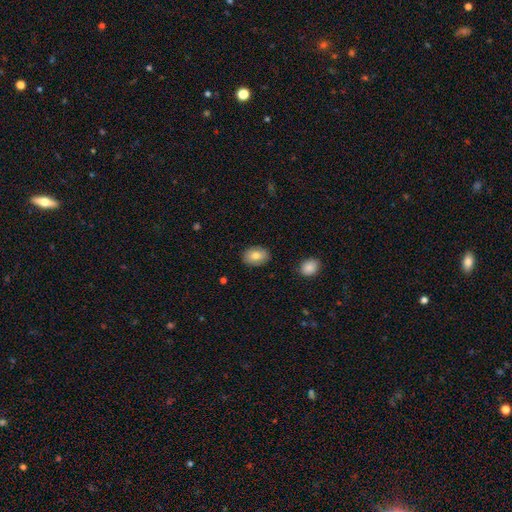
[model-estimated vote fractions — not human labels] smooth 80%, featured or disk 12%, star or artifact 8%. Down the decision tree: how rounded — in between (77%); merging — none (87%).